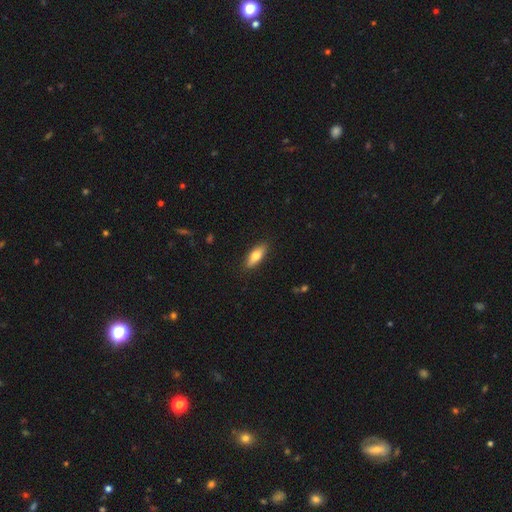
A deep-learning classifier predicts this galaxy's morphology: Smooth or featured? smooth (74%)
How rounded? in between (64%)
Merging? none (88%)